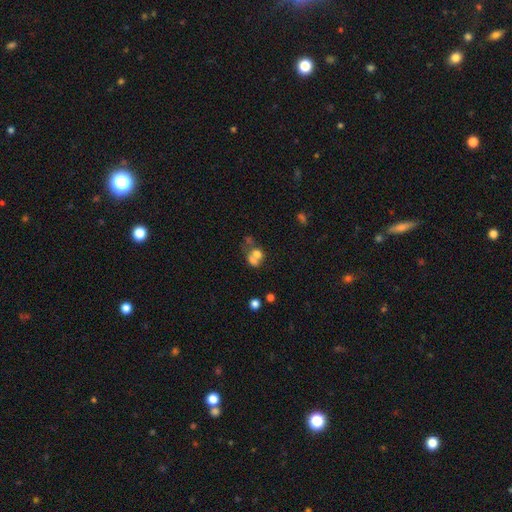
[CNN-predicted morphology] smooth_or_featured: smooth (p=0.59) [alt: featured or disk p=0.26]
how_rounded: round (p=0.59) [alt: in between p=0.40]
merging: merger (p=0.62) [alt: none p=0.23]